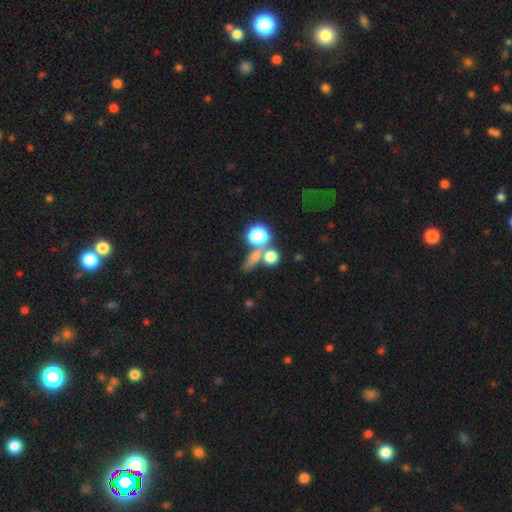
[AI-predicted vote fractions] Overall: smooth (65%). How rounded: round (61%; in between 27%). Merging: none (49%; merger 33%).